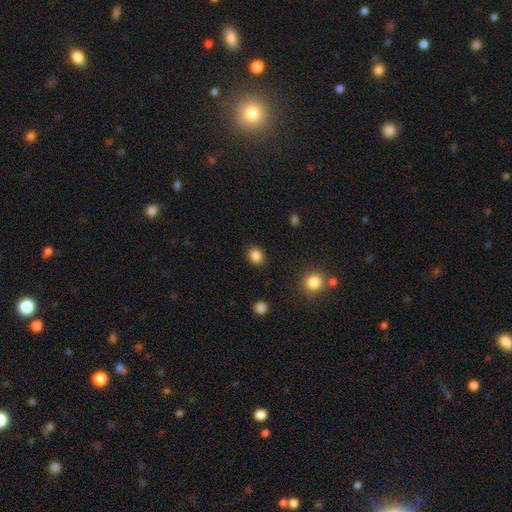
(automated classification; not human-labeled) A smooth galaxy with no disk features (85%) that is round (59%). Merging: none (87%).